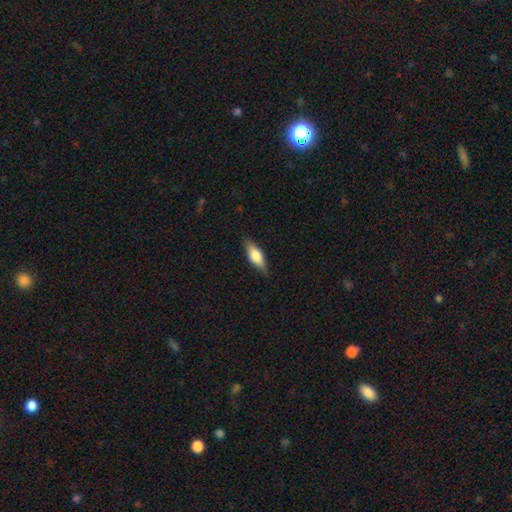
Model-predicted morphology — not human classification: Overall: smooth (67%). How rounded: in between (69%). Merging: none (83%).